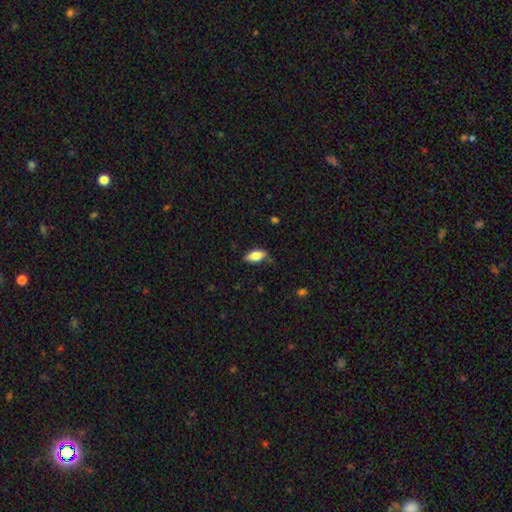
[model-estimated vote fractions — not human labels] smooth_or_featured: smooth (p=0.76) [alt: featured or disk p=0.17]
how_rounded: in between (p=0.85) [alt: cigar-shaped p=0.12]
merging: none (p=0.80) [alt: minor disturbance p=0.16]